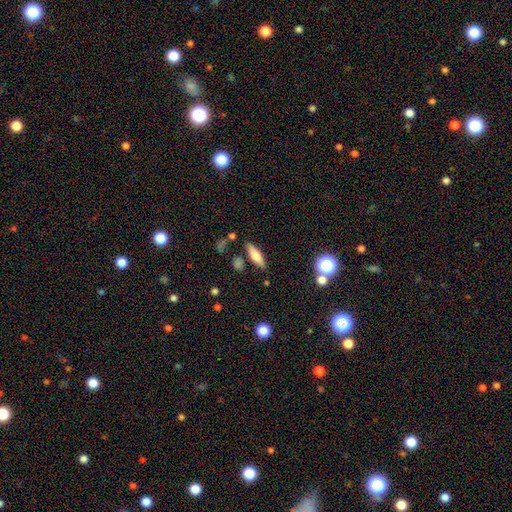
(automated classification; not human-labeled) A smooth galaxy with no disk features (61%) that is cigar-shaped (53%). Merging: none (80%).